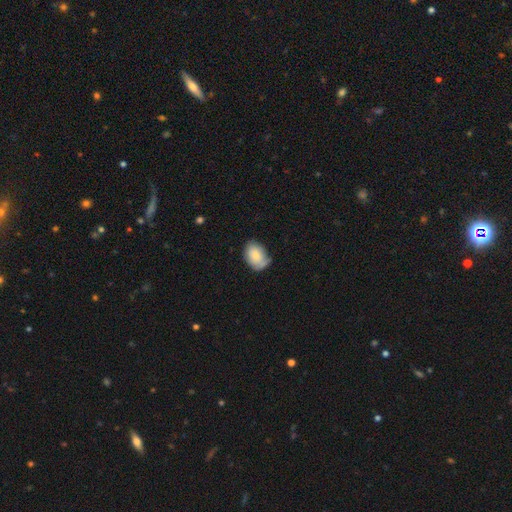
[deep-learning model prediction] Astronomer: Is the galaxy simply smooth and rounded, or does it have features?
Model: smooth — 79%.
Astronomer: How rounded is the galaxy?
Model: in between — 78%.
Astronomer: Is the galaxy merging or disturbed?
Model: none — 54% (runner-up: minor disturbance, 34%).